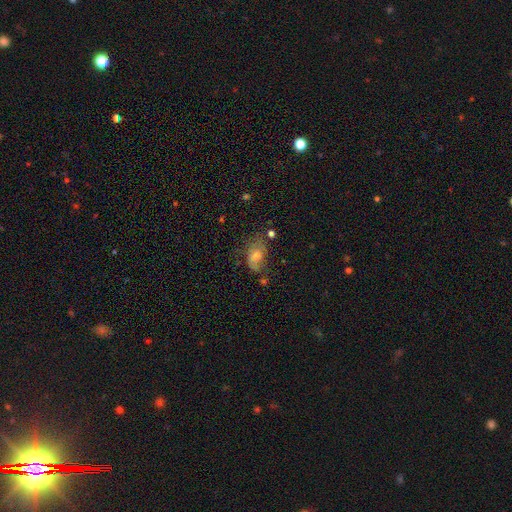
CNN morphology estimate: Smooth or featured?
  - smooth: 48% *
  - featured or disk: 37%
  - star or artifact: 16%
Merging?
  - none: 50% *
  - minor disturbance: 27%
  - major disturbance: 17%
  - merger: 6%